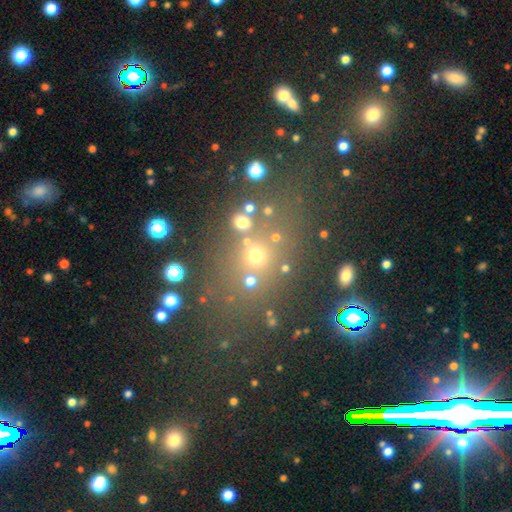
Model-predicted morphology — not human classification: Smooth or featured?
  - star or artifact: 45% *
  - smooth: 40%
  - featured or disk: 16%